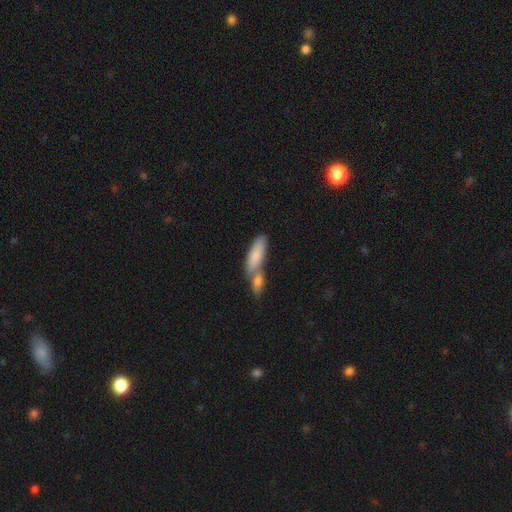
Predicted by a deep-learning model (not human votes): smooth-or-featured: smooth: 80% | featured or disk: 14% | star or artifact: 6%
  how-rounded: in between: 52% | cigar-shaped: 46% | round: 2%
  merging: merger: 48% | none: 39% | minor disturbance: 10% | major disturbance: 4%